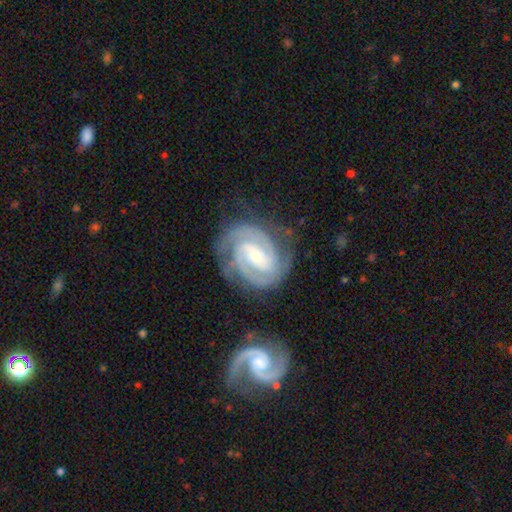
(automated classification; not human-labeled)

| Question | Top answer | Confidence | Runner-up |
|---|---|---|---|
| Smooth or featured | featured or disk | 92% | smooth (4%) |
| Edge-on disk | no | 98% | yes (2%) |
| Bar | weak | 42% | strong (31%) |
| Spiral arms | yes | 98% | no (2%) |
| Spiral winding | tight | 67% | medium (29%) |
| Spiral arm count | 2 | 50% | 3 (28%) |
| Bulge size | small | 68% | moderate (28%) |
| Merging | none | 74% | minor disturbance (17%) |